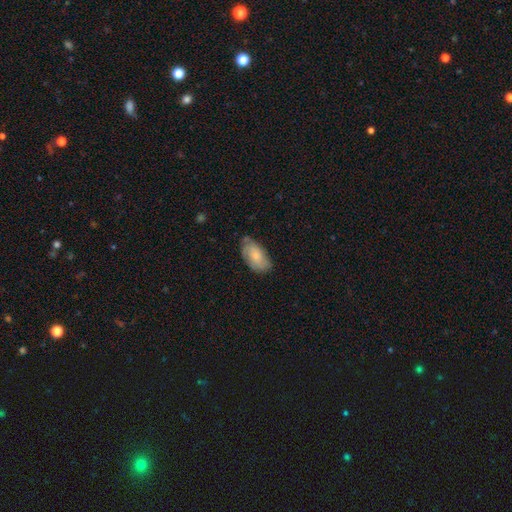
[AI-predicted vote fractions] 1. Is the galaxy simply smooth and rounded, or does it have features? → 53% smooth, 40% featured or disk, 6% star or artifact.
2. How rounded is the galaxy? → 93% in between, 4% cigar-shaped, 4% round.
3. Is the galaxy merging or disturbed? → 67% none, 26% minor disturbance, 6% major disturbance, 1% merger.